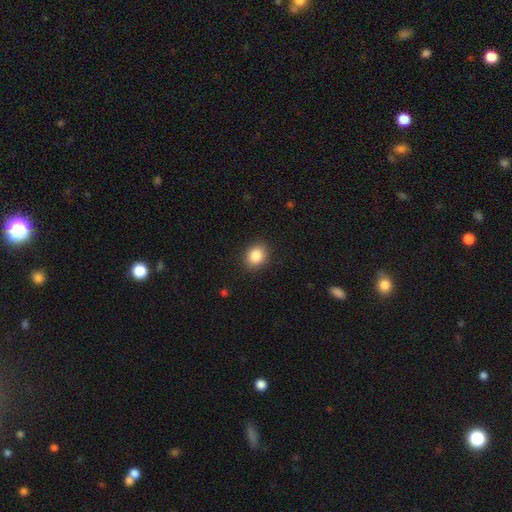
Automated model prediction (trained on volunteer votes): Smooth or featured: smooth — 86% (star or artifact — 9%)
How rounded: round — 55% (in between — 44%)
Merging: none — 89% (minor disturbance — 8%)